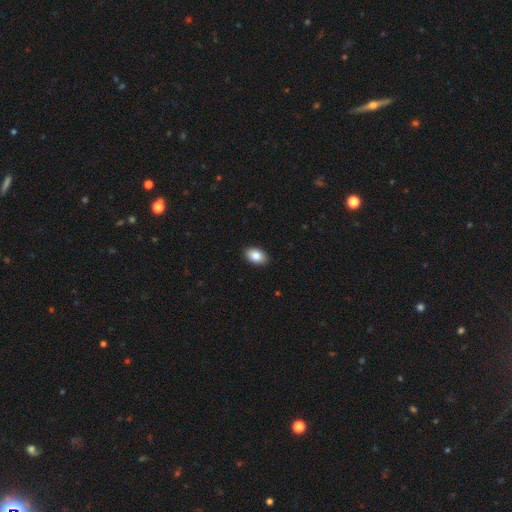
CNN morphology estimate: This appears to be a smooth galaxy with no disk features (86%) that is in between round and cigar-shaped (90%). Merging: none (90%).